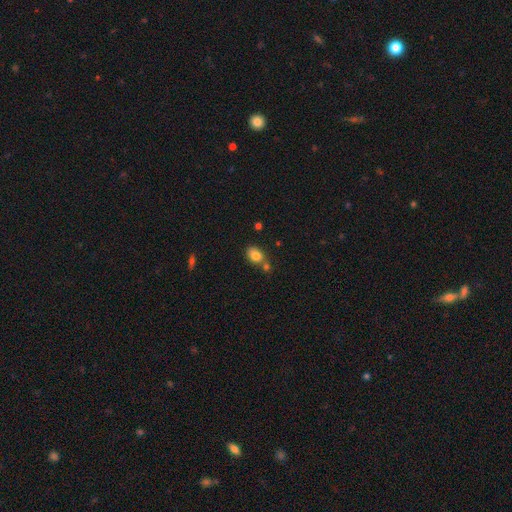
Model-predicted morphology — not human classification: Q: Smooth or featured?
A: smooth (81%); runner-up: star or artifact (10%)
Q: How rounded?
A: in between (72%); runner-up: round (27%)
Q: Merging?
A: none (55%); runner-up: merger (26%)